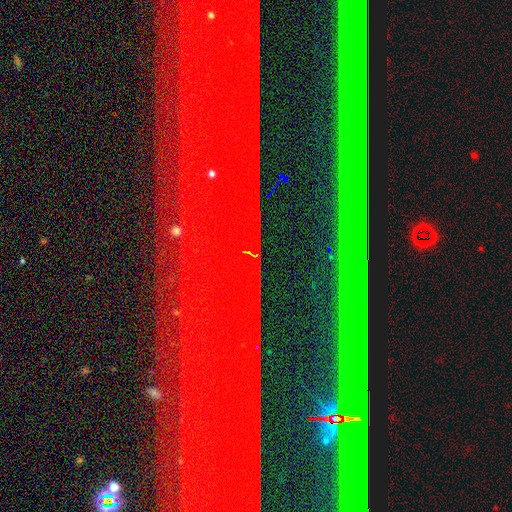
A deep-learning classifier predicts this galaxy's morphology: This appears to be a star or artifact, not a galaxy (86%).